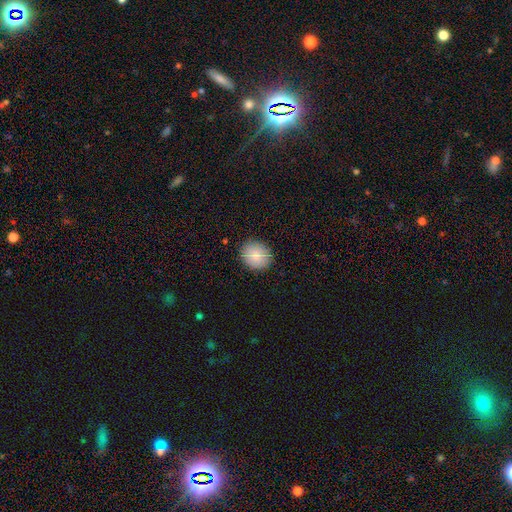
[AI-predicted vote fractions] This is clearly a smooth galaxy (84%). How rounded: likely round (72%). Merging: clearly none (88%).